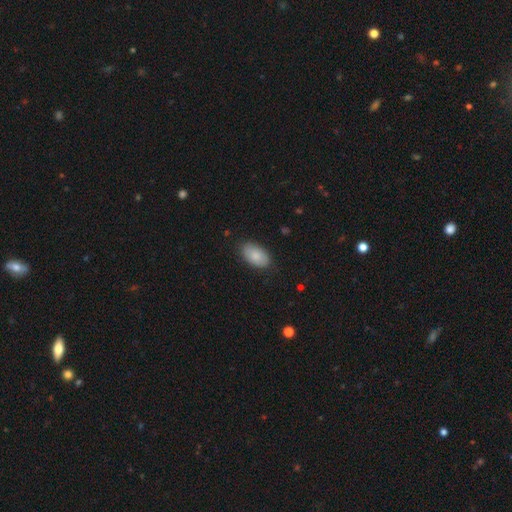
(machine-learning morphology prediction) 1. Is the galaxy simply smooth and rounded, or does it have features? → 84% smooth, 10% featured or disk, 6% star or artifact.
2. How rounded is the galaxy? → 94% in between, 5% round, 1% cigar-shaped.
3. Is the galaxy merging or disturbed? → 83% none, 14% minor disturbance, 3% major disturbance, 1% merger.